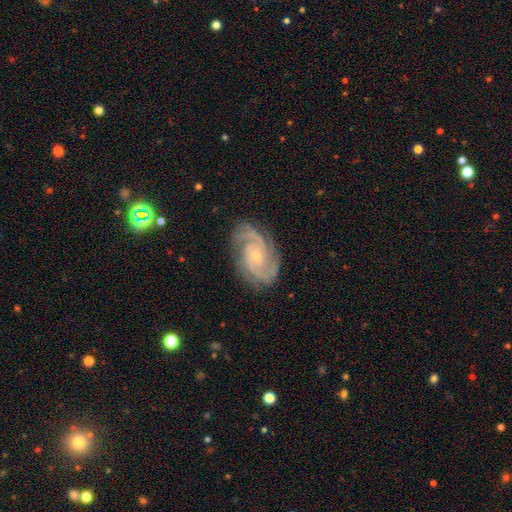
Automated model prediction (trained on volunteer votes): Overall: featured or disk (90%). Edge-on disk: no (97%). Bar: no (68%). Spiral arms: yes (98%). Spiral arm count: 2 (54%; 3 24%). Spiral winding: tight (56%; medium 38%). Bulge size: small (77%). Merging: none (80%).